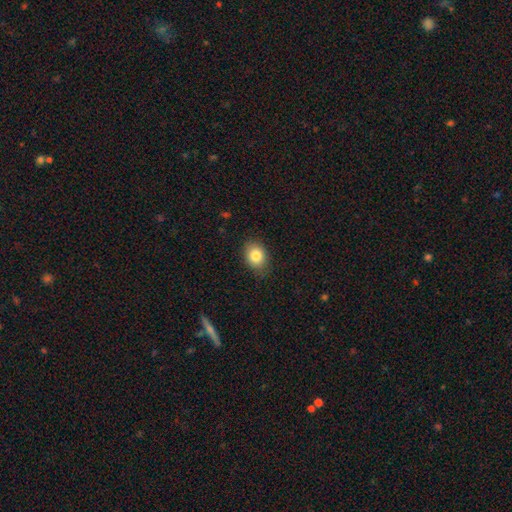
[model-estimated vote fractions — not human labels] A smooth galaxy with no disk features (84%) that is in between round and cigar-shaped (59%).

Vote fractions:
- Smooth or featured? smooth: 84% / star or artifact: 9% / featured or disk: 7%
- How rounded? in between: 59% / round: 40% / cigar-shaped: 1%
- Merging? none: 83% / minor disturbance: 13% / major disturbance: 3% / merger: 1%